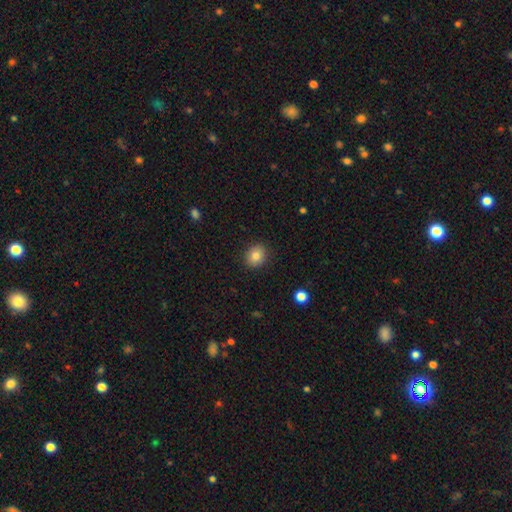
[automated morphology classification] Smooth or featured? Predicted: smooth (p=0.82). How rounded? Predicted: round (p=0.72). Merging? Predicted: none (p=0.90).